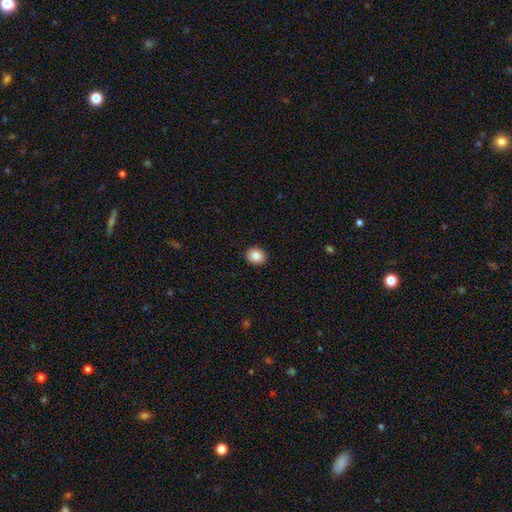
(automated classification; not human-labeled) Smooth or featured?
  - smooth: 85% *
  - star or artifact: 9%
  - featured or disk: 6%
How rounded?
  - round: 70% *
  - in between: 29%
  - cigar-shaped: 1%
Merging?
  - none: 92% *
  - minor disturbance: 6%
  - major disturbance: 2%
  - merger: 1%